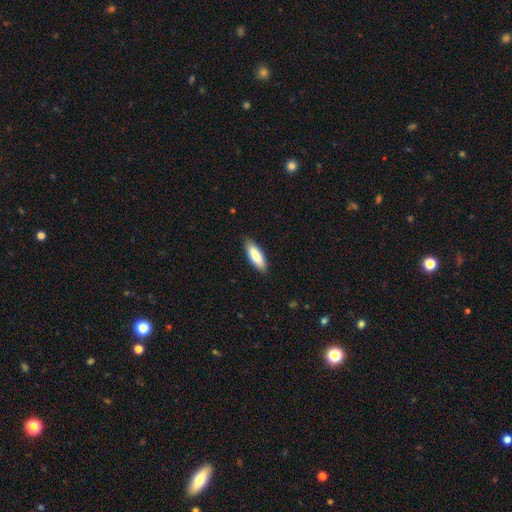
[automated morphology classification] Smooth or featured: smooth — 83% (featured or disk — 12%)
How rounded: in between — 58% (cigar-shaped — 41%)
Merging: none — 88% (minor disturbance — 10%)